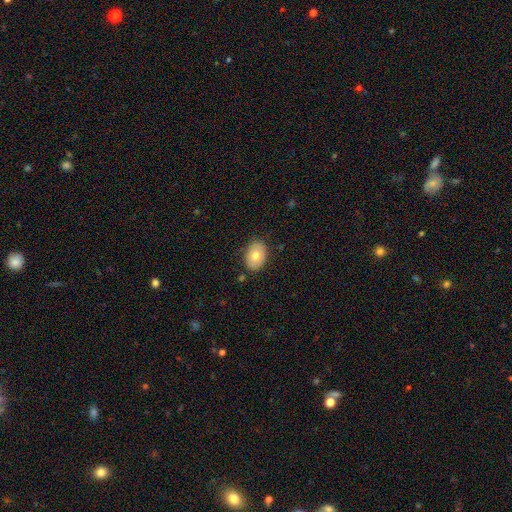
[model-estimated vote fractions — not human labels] Smooth or featured?
  - smooth: 72% *
  - featured or disk: 21%
  - star or artifact: 7%
How rounded?
  - in between: 76% *
  - round: 23%
  - cigar-shaped: 1%
Merging?
  - none: 84% *
  - minor disturbance: 12%
  - major disturbance: 3%
  - merger: 1%